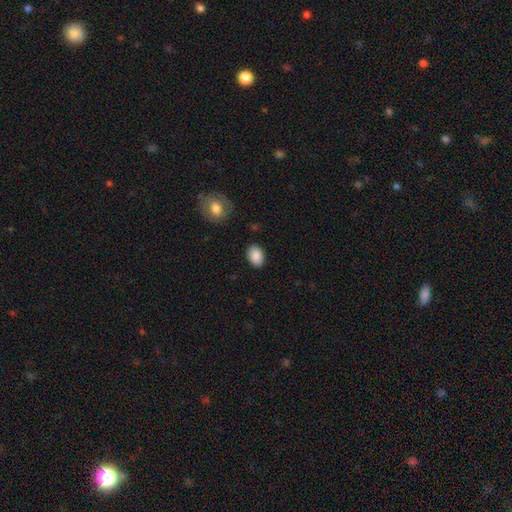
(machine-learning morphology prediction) This appears to be a smooth galaxy with no disk features (88%) that is in between round and cigar-shaped (79%). Merging: none (86%).